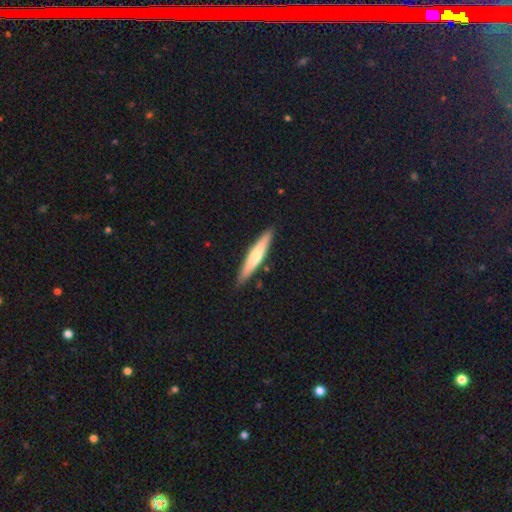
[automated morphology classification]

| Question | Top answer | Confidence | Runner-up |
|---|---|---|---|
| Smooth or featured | smooth | 55% | featured or disk (40%) |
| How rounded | cigar-shaped | 93% | in between (6%) |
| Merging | none | 90% | minor disturbance (8%) |